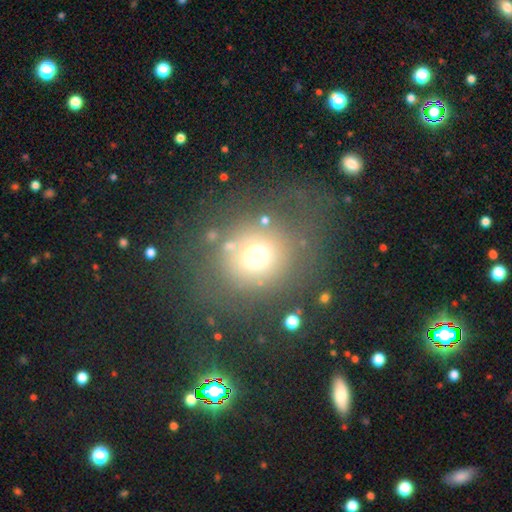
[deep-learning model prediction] A smooth galaxy with no disk features (64%) that is round (80%). Merging: none (68%).